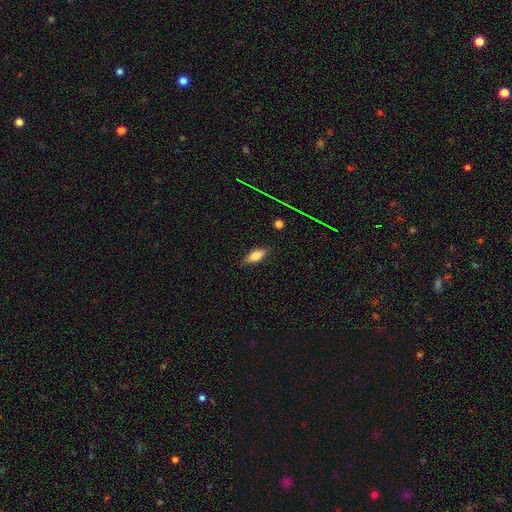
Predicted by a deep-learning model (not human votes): smooth_or_featured: smooth (p=0.74) [alt: featured or disk p=0.16]
how_rounded: in between (p=0.75) [alt: cigar-shaped p=0.22]
merging: none (p=0.81) [alt: minor disturbance p=0.15]